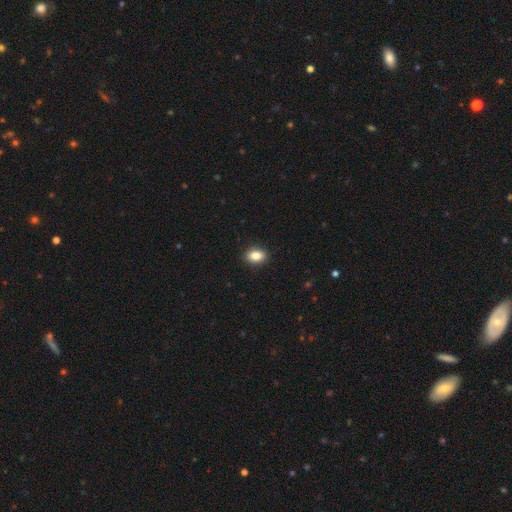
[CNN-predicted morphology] The model was most divided on "how rounded": in between: 79%, round: 20%, cigar-shaped: 1%. More confident: merging — none (90%); smooth or featured — smooth (86%).